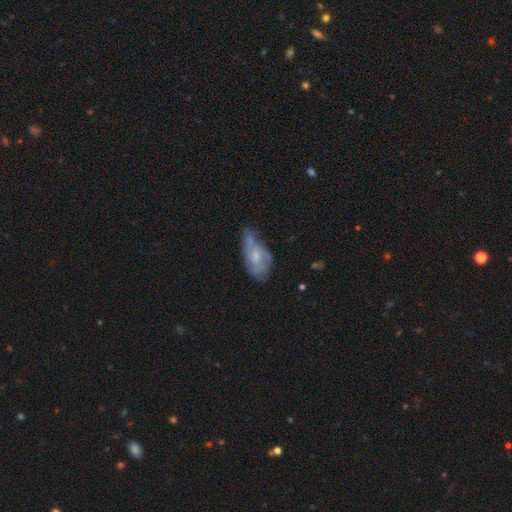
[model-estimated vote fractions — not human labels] The model was most divided on "merging": minor disturbance: 36%, none: 35%, major disturbance: 21%, merger: 8%. More confident: edge-on disk — no (92%); smooth or featured — featured or disk (50%).